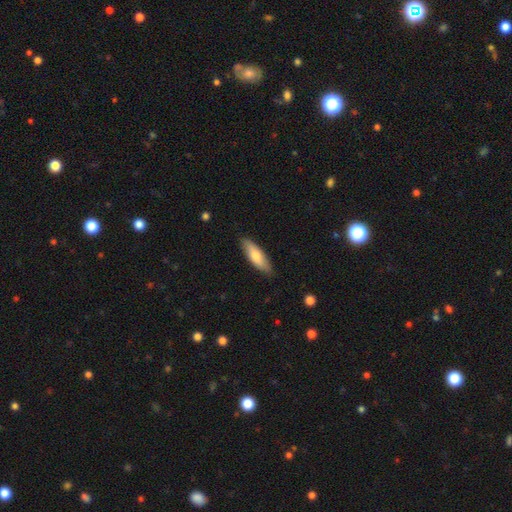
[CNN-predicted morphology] smooth-or-featured: smooth: 72% | featured or disk: 22% | star or artifact: 5%
  how-rounded: in between: 53% | cigar-shaped: 46% | round: 2%
  merging: none: 86% | minor disturbance: 11% | major disturbance: 2% | merger: 1%